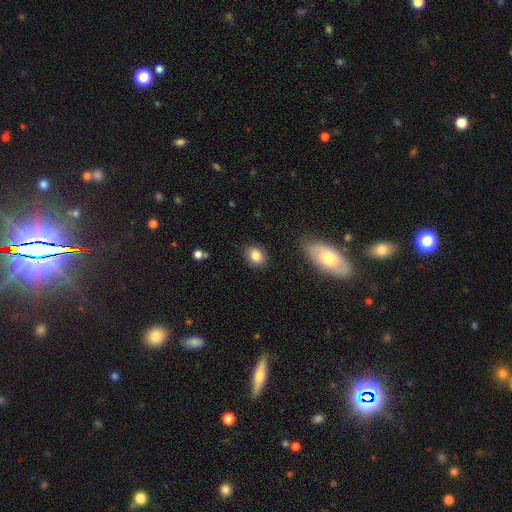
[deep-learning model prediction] A smooth galaxy with no disk features (84%) that is in between round and cigar-shaped (56%).

Vote fractions:
- Smooth or featured? smooth: 84% / star or artifact: 9% / featured or disk: 7%
- How rounded? in between: 56% / round: 43% / cigar-shaped: 1%
- Merging? none: 83% / minor disturbance: 12% / major disturbance: 3% / merger: 2%